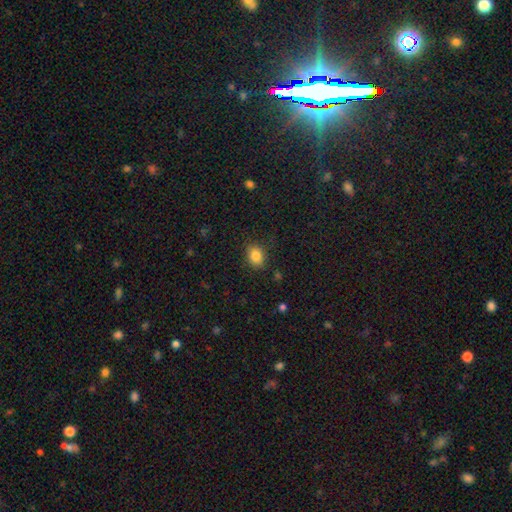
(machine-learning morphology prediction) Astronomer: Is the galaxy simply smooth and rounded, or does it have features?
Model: smooth — 84%.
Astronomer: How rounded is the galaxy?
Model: in between — 57% (runner-up: round, 42%).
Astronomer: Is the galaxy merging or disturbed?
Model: none — 84%.